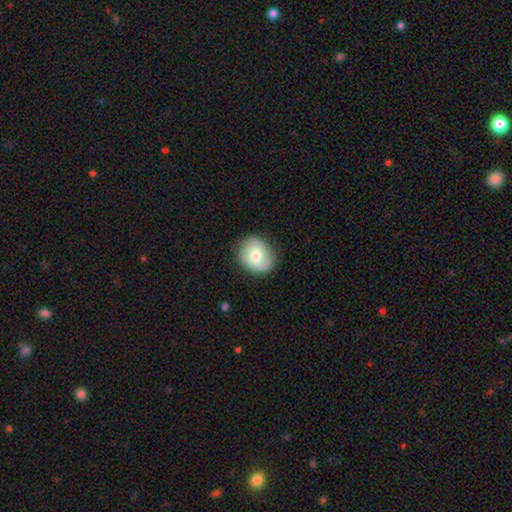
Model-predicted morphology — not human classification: This appears to be a smooth galaxy with no disk features (63%) that is round (65%). Merging: none (80%).